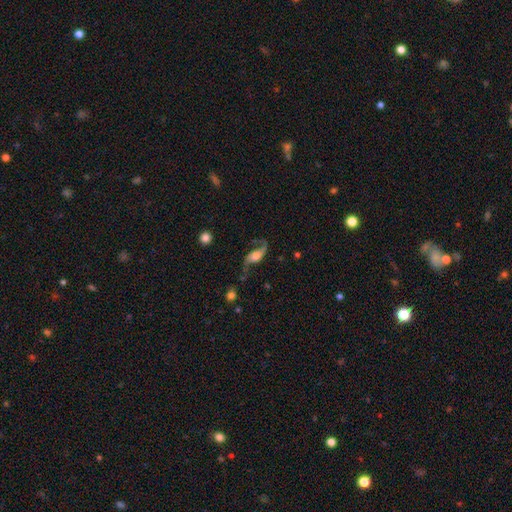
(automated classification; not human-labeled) featured or disk 79%, smooth 14%, star or artifact 7%. Down the decision tree: edge-on disk — no (92%); bar — no (52%); spiral arms — yes (94%); spiral arm count — 2 (91%); spiral winding — loose (84%); bulge size — large (38%); merging — none (64%).